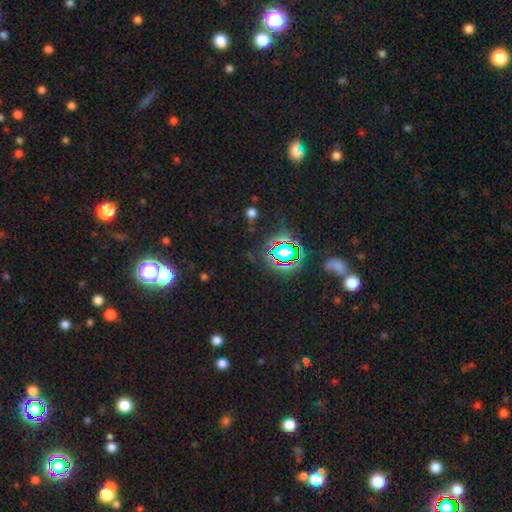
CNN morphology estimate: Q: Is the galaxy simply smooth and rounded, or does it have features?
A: star or artifact — 76%.